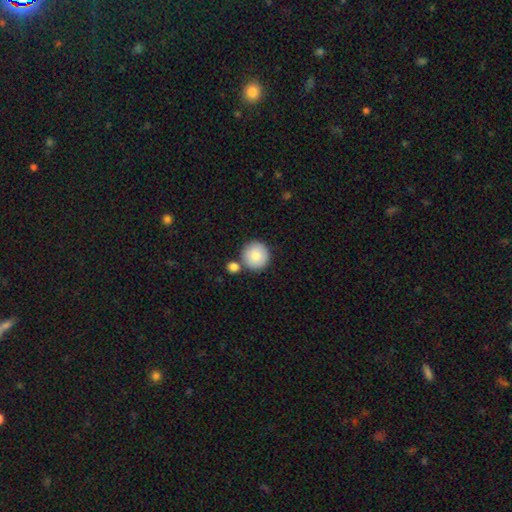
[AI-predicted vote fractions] Smooth or featured? Predicted: smooth (p=0.84). How rounded? Predicted: round (p=0.95). Merging? Predicted: none (p=0.72).